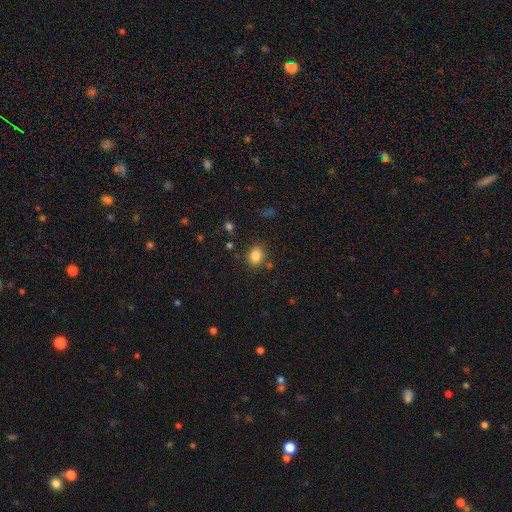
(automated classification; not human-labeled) This appears to be a smooth galaxy with no disk features (85%) that is in between round and cigar-shaped (62%). Merging: none (81%).